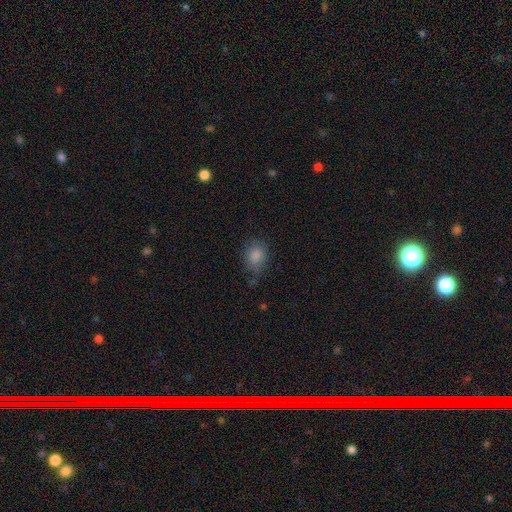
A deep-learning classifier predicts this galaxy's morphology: Q: Smooth or featured?
A: smooth (85%); runner-up: star or artifact (9%)
Q: How rounded?
A: in between (61%); runner-up: round (37%)
Q: Merging?
A: none (68%); runner-up: minor disturbance (23%)